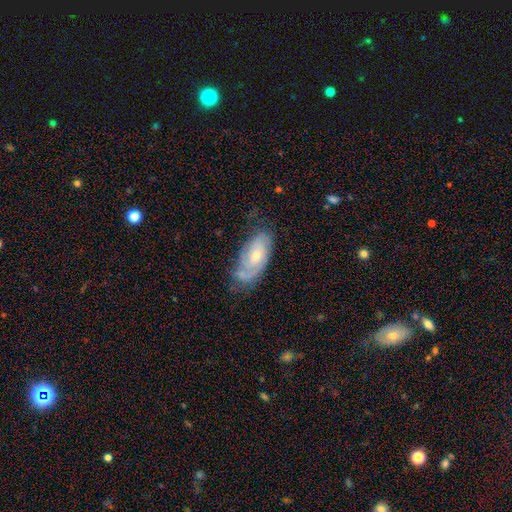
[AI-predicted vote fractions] A featured or disk galaxy (69%) with no bar (70%), 2 (36%) tight (56%) spiral arms (87%) and a moderate central bulge (49%).

Vote fractions:
- Smooth or featured? featured or disk: 69% / smooth: 24% / star or artifact: 7%
- Edge-on disk? no: 92% / yes: 8%
- Bar? no: 70% / weak: 26% / strong: 4%
- Spiral arms? yes: 87% / no: 13%
- Spiral winding? tight: 56% / medium: 32% / loose: 12%
- Spiral arm count? 2: 36% / can't tell: 31% / 1: 24% / 3: 6% / 4: 2% / more than 4: 2%
- Bulge size? moderate: 49% / small: 46% / large: 2% / none: 2% / dominant: 1%
- Merging? none: 62% / minor disturbance: 26% / major disturbance: 9% / merger: 3%